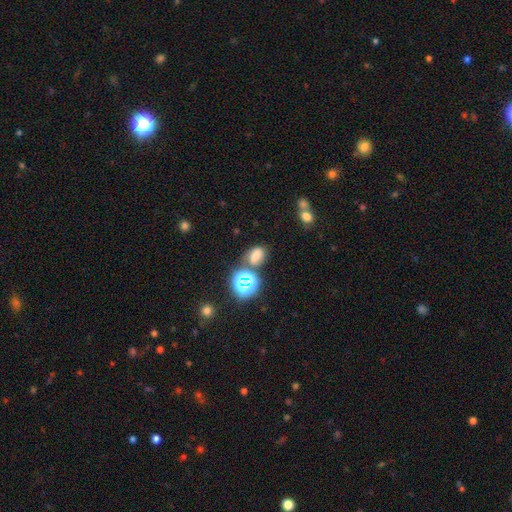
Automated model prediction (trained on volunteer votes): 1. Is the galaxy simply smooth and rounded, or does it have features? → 64% smooth, 25% star or artifact, 11% featured or disk.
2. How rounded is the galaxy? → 66% in between, 32% round, 1% cigar-shaped.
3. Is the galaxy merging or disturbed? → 62% none, 18% minor disturbance, 14% merger, 7% major disturbance.